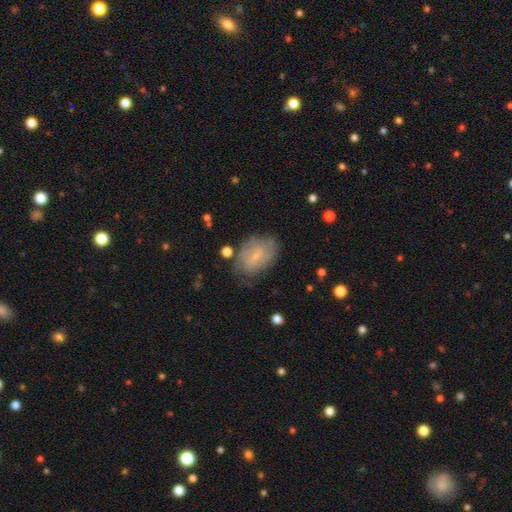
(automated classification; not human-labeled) The model was most divided on "smooth or featured": featured or disk: 54%, smooth: 38%, star or artifact: 8%. More confident: edge-on disk — no (95%); bulge size — small (73%); spiral arms — yes (72%); merging — none (65%); bar — weak (53%).